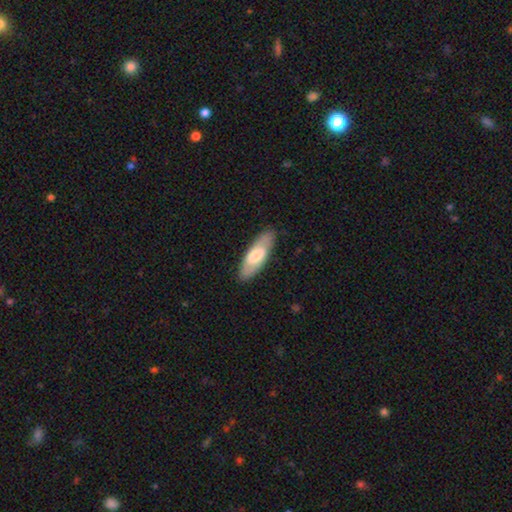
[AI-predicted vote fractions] Smooth or featured?
  - smooth: 56% *
  - featured or disk: 39%
  - star or artifact: 5%
How rounded?
  - in between: 66% *
  - cigar-shaped: 32%
  - round: 2%
Merging?
  - none: 85% *
  - minor disturbance: 11%
  - major disturbance: 3%
  - merger: 1%